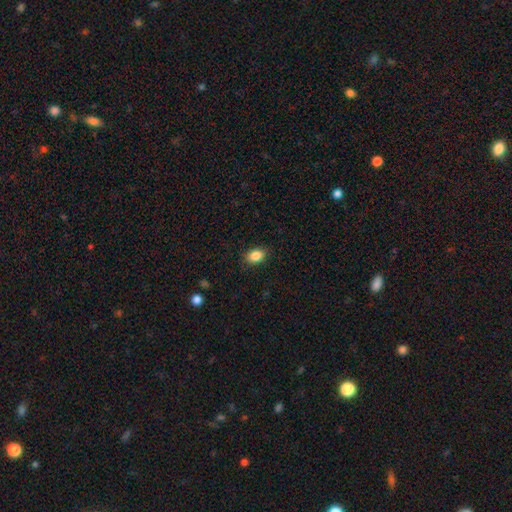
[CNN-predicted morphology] Smooth or featured: smooth — 86% (star or artifact — 9%)
How rounded: in between — 79% (round — 19%)
Merging: none — 87% (minor disturbance — 10%)